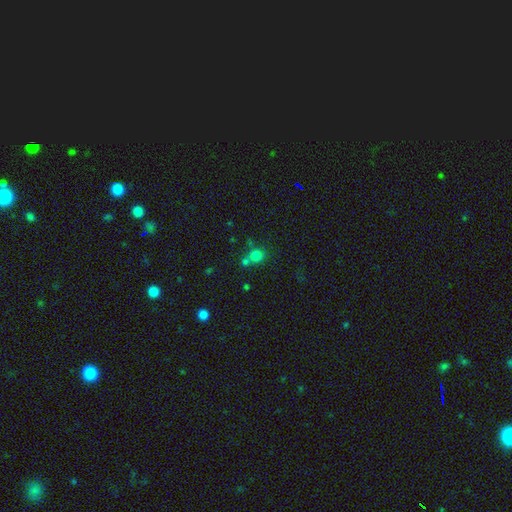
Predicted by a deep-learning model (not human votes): A smooth galaxy with no disk features (75%) that is round (86%).

Vote fractions:
- Smooth or featured? smooth: 75% / star or artifact: 17% / featured or disk: 7%
- How rounded? round: 86% / in between: 13% / cigar-shaped: 1%
- Merging? none: 58% / merger: 30% / minor disturbance: 9% / major disturbance: 4%